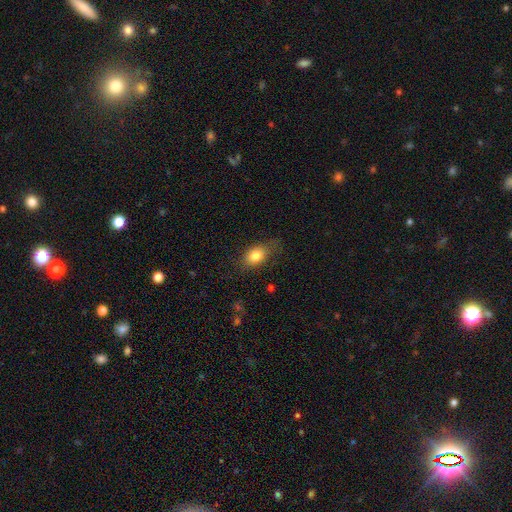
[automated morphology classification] This is clearly a smooth galaxy (80%). How rounded: likely in between (78%). Merging: likely none (70%).